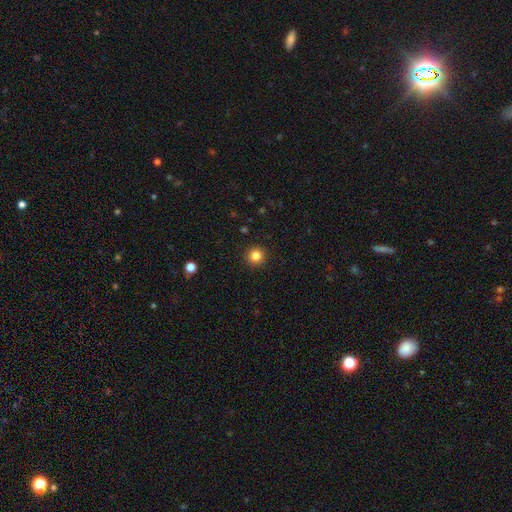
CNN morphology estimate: Q: Smooth or featured?
A: smooth (84%); runner-up: star or artifact (12%)
Q: How rounded?
A: round (96%); runner-up: in between (4%)
Q: Merging?
A: none (93%); runner-up: minor disturbance (5%)